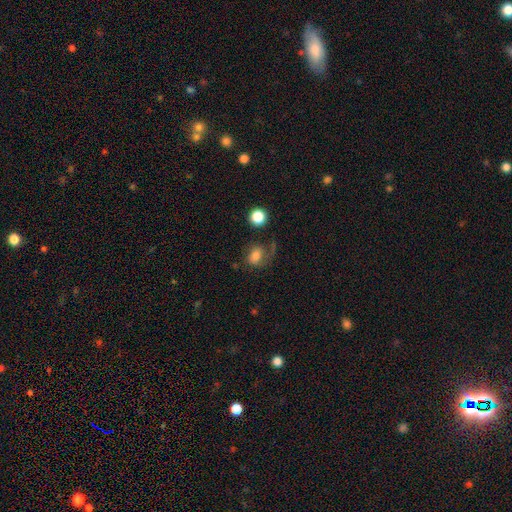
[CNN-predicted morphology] The model was most divided on "merging": none: 43%, major disturbance: 29%, minor disturbance: 21%, merger: 7%. More confident: smooth or featured — smooth (64%); how rounded — in between (60%).